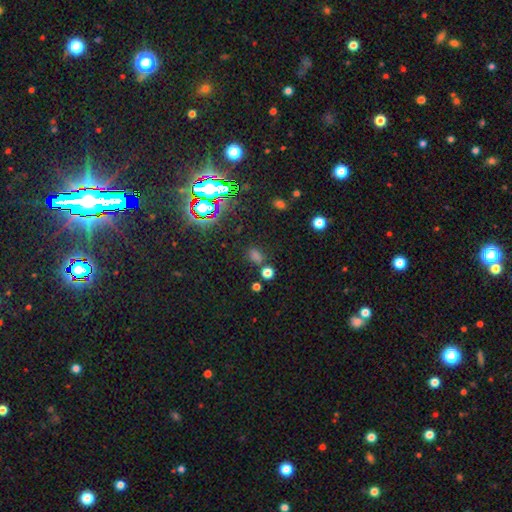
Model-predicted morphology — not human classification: smooth_or_featured: smooth (p=0.48) [alt: star or artifact p=0.45]
merging: none (p=0.75) [alt: minor disturbance p=0.11]